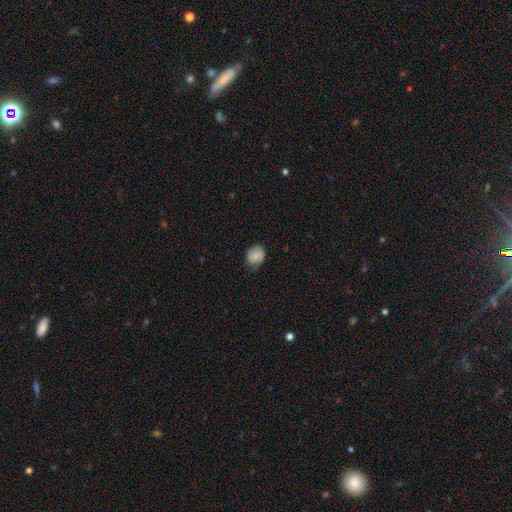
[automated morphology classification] Smooth or featured? Predicted: smooth (p=0.72). How rounded? Predicted: in between (p=0.54). Merging? Predicted: none (p=0.56).